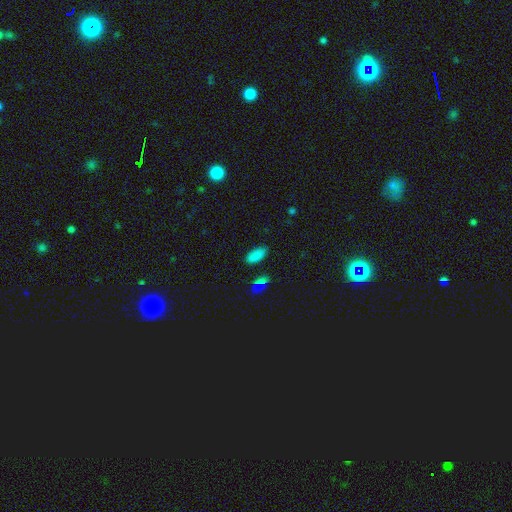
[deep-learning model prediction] smooth 86%, star or artifact 11%, featured or disk 4%. Down the decision tree: how rounded — in between (89%); merging — none (86%).